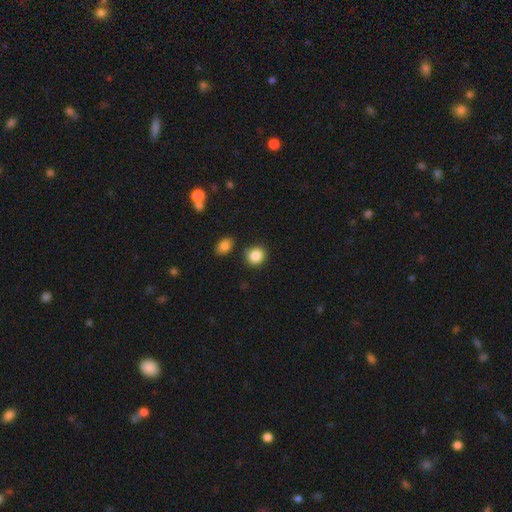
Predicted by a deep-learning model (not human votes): This appears to be a smooth galaxy with no disk features (87%) that is round (83%). Merging: none (82%).